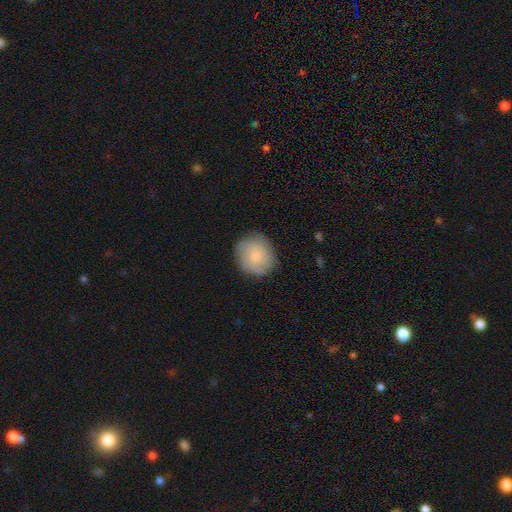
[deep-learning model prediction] Smooth or featured? Predicted: smooth (p=0.65). How rounded? Predicted: round (p=0.85). Merging? Predicted: none (p=0.82).